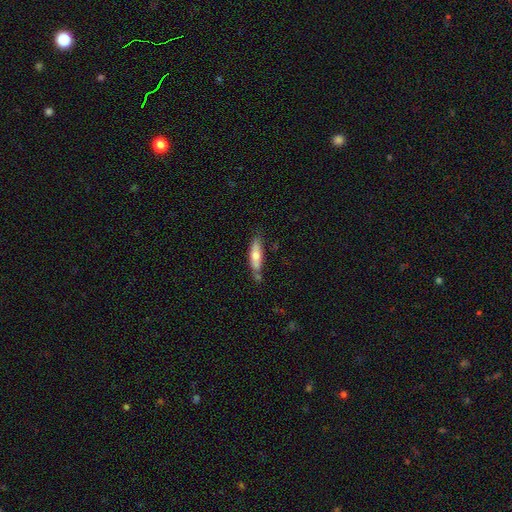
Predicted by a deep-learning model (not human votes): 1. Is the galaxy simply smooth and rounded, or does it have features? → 62% smooth, 32% featured or disk, 6% star or artifact.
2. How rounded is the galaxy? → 70% cigar-shaped, 28% in between, 2% round.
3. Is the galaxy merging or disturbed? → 62% none, 21% minor disturbance, 13% merger, 4% major disturbance.